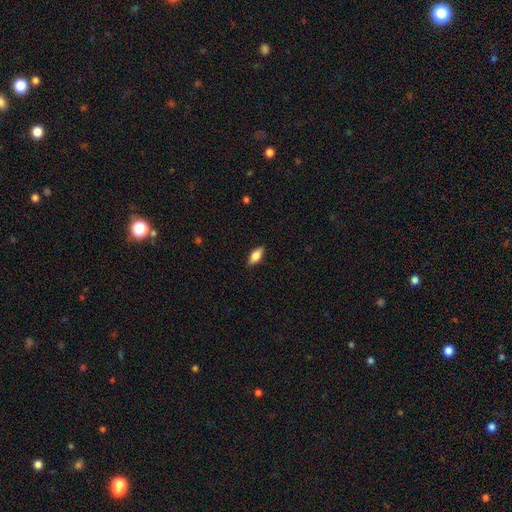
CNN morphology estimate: This appears to be a smooth galaxy with no disk features (70%) that is in between round and cigar-shaped (81%). Merging: none (87%).